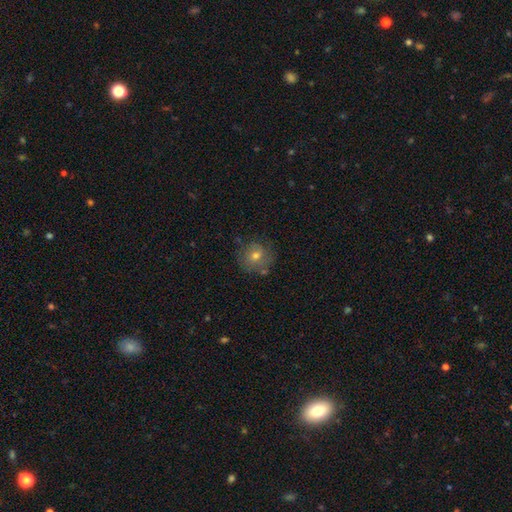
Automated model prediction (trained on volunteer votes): Smooth or featured? smooth (62%)
How rounded? round (88%)
Merging? none (76%)